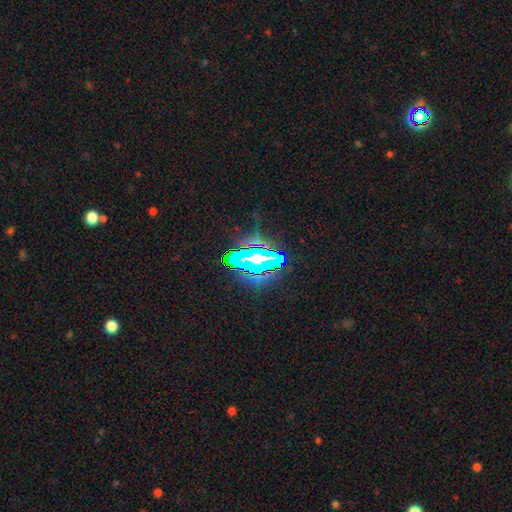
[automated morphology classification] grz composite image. It shows a star or artifact, not a galaxy (59%).